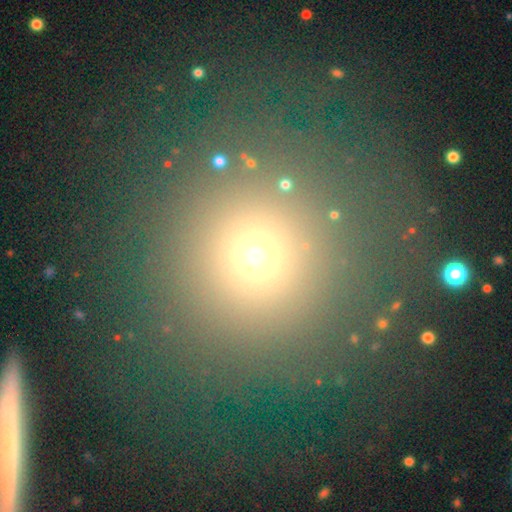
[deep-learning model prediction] Q: Smooth or featured?
A: smooth (64%); runner-up: star or artifact (25%)
Q: How rounded?
A: round (94%); runner-up: in between (5%)
Q: Merging?
A: none (78%); runner-up: minor disturbance (9%)